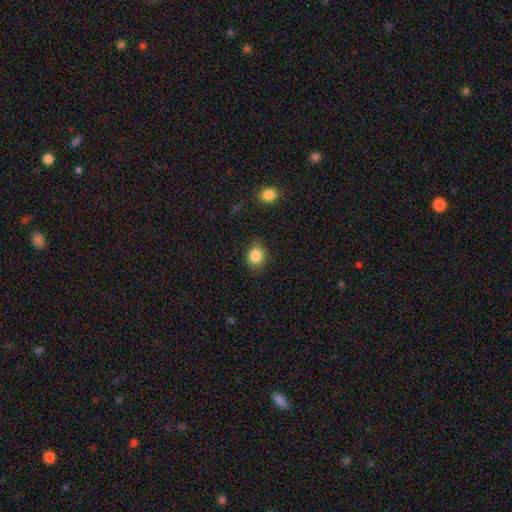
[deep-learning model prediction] Q: Smooth or featured?
A: smooth (86%); runner-up: star or artifact (9%)
Q: How rounded?
A: round (57%); runner-up: in between (42%)
Q: Merging?
A: none (81%); runner-up: minor disturbance (14%)